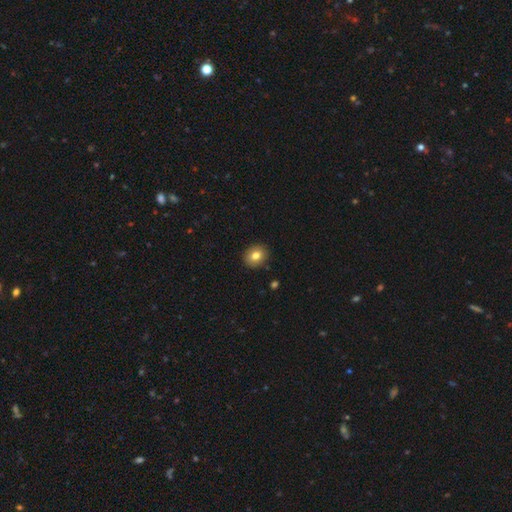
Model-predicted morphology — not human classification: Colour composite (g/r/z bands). It shows a smooth galaxy with no disk features (80%) that is round (66%). Merging: none (90%).